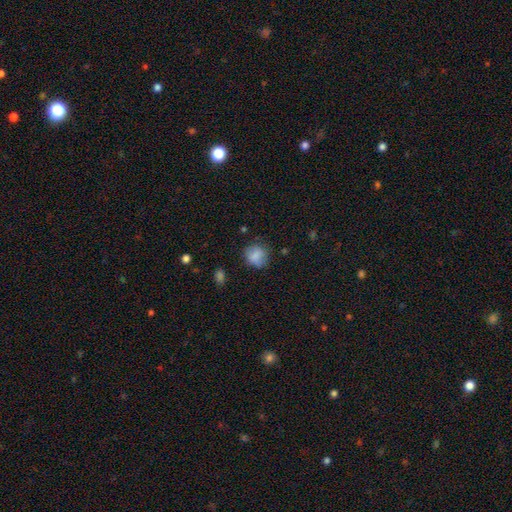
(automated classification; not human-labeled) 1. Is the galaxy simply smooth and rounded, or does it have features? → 82% smooth, 9% star or artifact, 9% featured or disk.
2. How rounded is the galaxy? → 78% round, 21% in between, 1% cigar-shaped.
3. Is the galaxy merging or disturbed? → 71% none, 21% minor disturbance, 6% major disturbance, 2% merger.